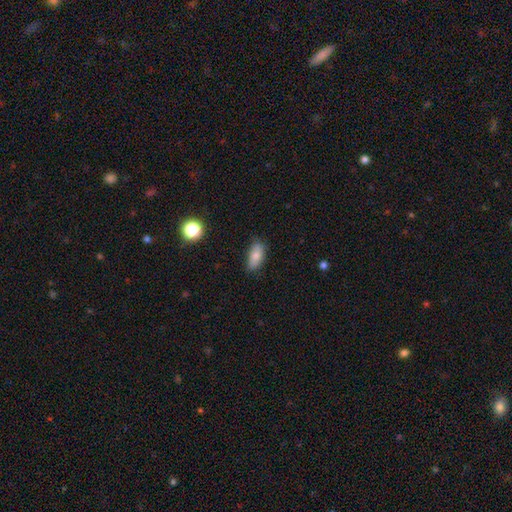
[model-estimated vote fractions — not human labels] Morphology: type=smooth (78%); roundness=in between (85%); merging=none (77%).